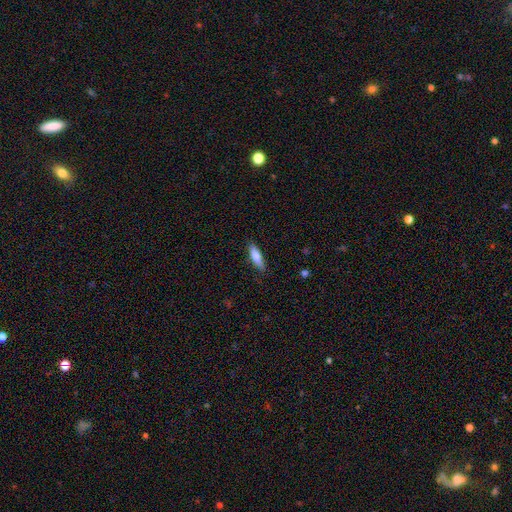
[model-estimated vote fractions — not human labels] smooth_or_featured: smooth (p=0.76) [alt: featured or disk p=0.18]
how_rounded: cigar-shaped (p=0.55) [alt: in between p=0.43]
merging: none (p=0.83) [alt: minor disturbance p=0.14]